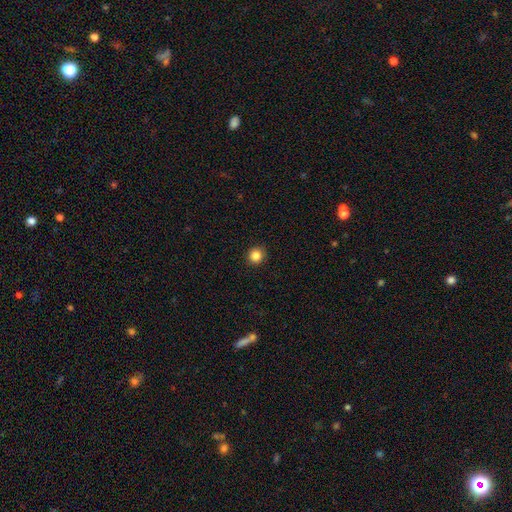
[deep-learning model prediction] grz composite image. It shows a smooth galaxy with no disk features (85%) that is round (93%). Merging: none (93%).